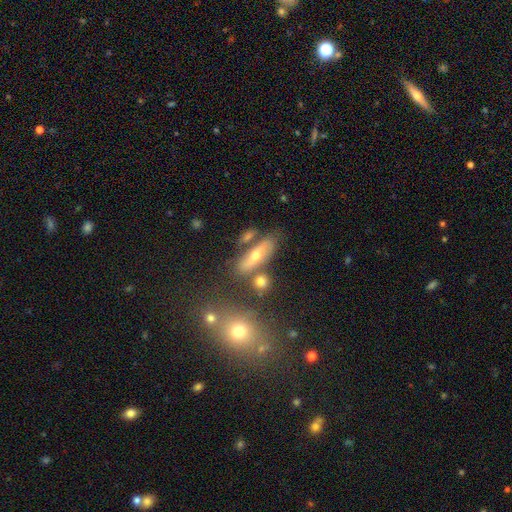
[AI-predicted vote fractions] Morphology: type=smooth (50%); merging=none (66%).